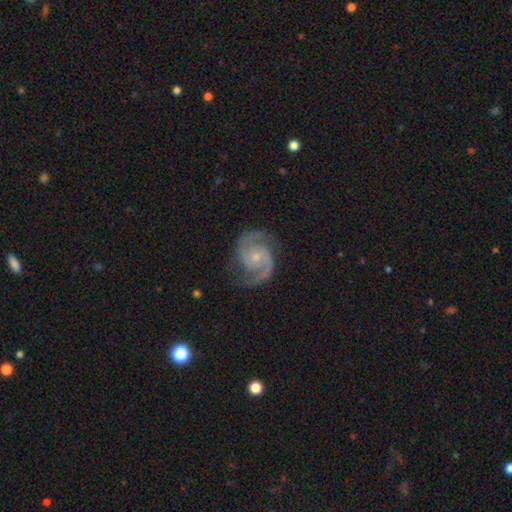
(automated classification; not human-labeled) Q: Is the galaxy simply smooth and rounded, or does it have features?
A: featured or disk — 92%.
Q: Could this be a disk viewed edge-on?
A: no — 98%.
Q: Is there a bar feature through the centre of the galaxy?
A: no — 68%.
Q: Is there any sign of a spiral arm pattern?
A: yes — 98%.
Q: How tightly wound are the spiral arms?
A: medium — 59%.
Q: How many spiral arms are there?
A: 2 — 93%.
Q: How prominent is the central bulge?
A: small — 66%.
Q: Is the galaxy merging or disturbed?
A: none — 79%.